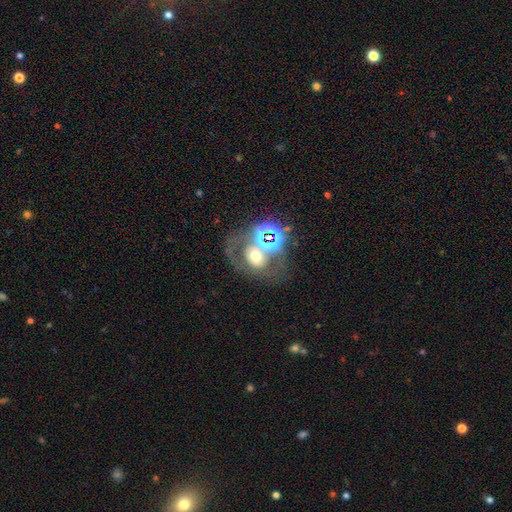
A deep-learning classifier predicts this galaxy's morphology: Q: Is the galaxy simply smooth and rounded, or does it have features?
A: featured or disk — 42%.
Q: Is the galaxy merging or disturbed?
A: none — 43%.